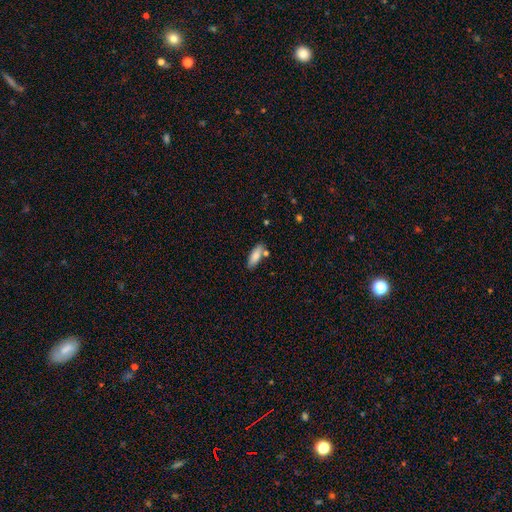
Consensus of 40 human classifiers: smooth_or_featured: smooth (p=0.90) [alt: featured or disk p=0.07]
how_rounded: in between (p=0.67) [alt: cigar-shaped p=0.28]
merging: none (p=0.87) [alt: minor disturbance p=0.08]